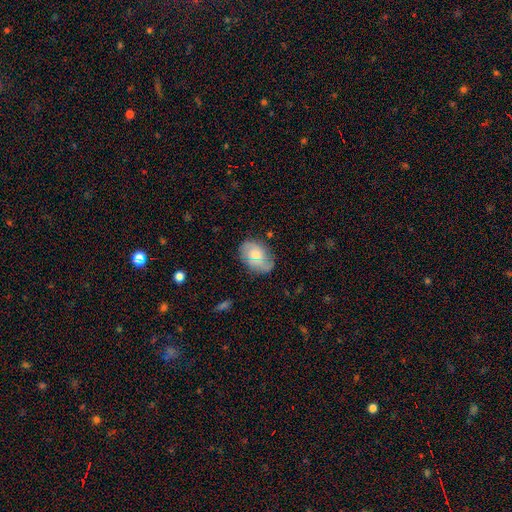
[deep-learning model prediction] Smooth or featured: smooth — 51% (featured or disk — 40%)
How rounded: in between — 78% (round — 21%)
Merging: none — 67% (minor disturbance — 24%)